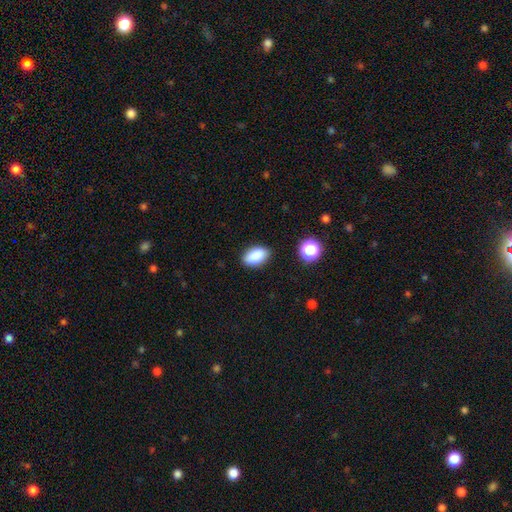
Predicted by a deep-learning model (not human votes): The model was most divided on "merging": none: 87%, minor disturbance: 9%, major disturbance: 2%, merger: 2%. More confident: how rounded — in between (91%); smooth or featured — smooth (87%).